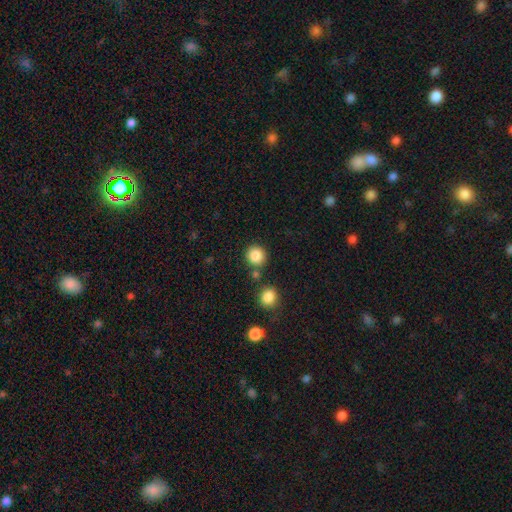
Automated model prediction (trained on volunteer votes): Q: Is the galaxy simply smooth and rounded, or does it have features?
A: smooth — 86%.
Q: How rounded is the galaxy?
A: round — 90%.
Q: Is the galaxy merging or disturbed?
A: none — 79%.